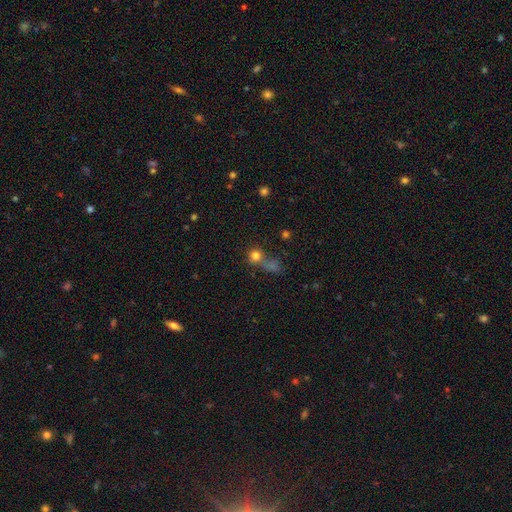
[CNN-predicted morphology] This appears to be a smooth galaxy with no disk features (76%) that is round (87%). Merging: none (47%).